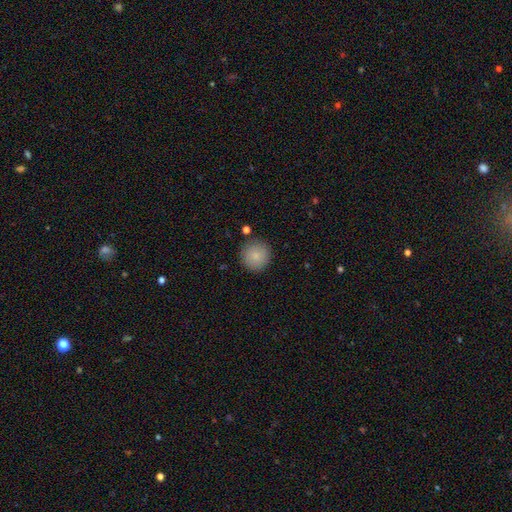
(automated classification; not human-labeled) Smooth or featured?
  - smooth: 86% *
  - star or artifact: 8%
  - featured or disk: 6%
How rounded?
  - round: 95% *
  - in between: 4%
  - cigar-shaped: 1%
Merging?
  - none: 88% *
  - minor disturbance: 7%
  - merger: 2%
  - major disturbance: 2%